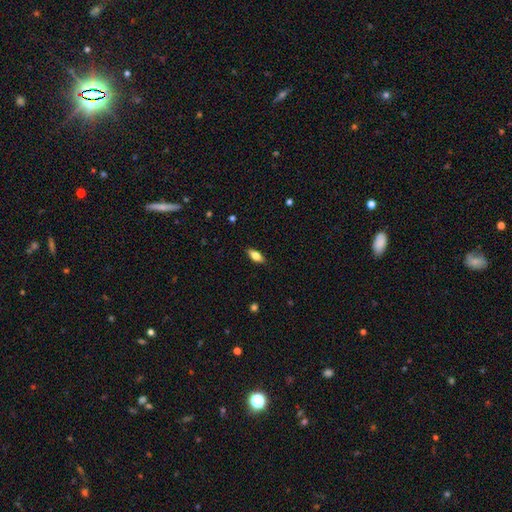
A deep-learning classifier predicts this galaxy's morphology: smooth_or_featured: smooth (p=0.73) [alt: featured or disk p=0.20]
how_rounded: in between (p=0.79) [alt: cigar-shaped p=0.18]
merging: none (p=0.87) [alt: minor disturbance p=0.10]